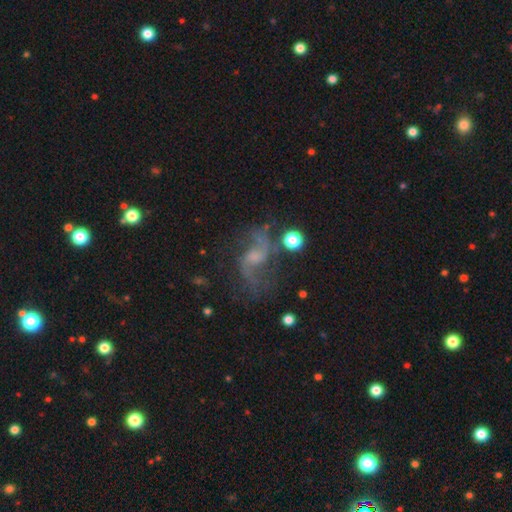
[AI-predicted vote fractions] A featured or disk galaxy (79%) with no bar (46%), 2 (88%) loose (67%) spiral arms (92%) and a small central bulge (44%). Merging: none (59%).